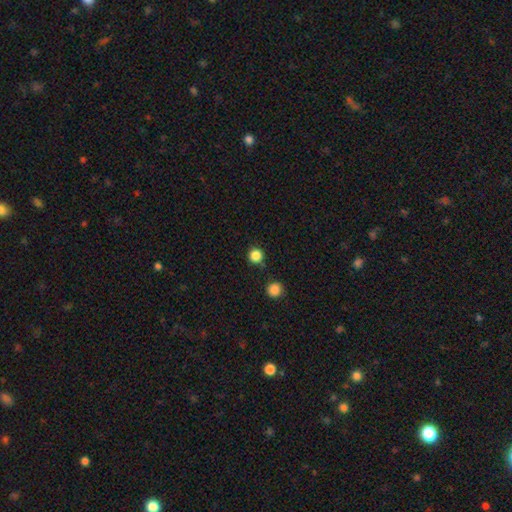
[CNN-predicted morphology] Smooth or featured? Predicted: smooth (p=0.84). How rounded? Predicted: round (p=0.95). Merging? Predicted: none (p=0.84).